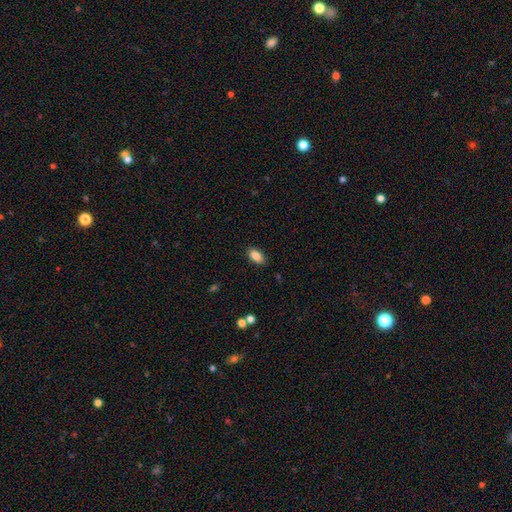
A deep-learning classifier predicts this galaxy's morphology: Smooth or featured? smooth (87%)
How rounded? in between (91%)
Merging? none (86%)